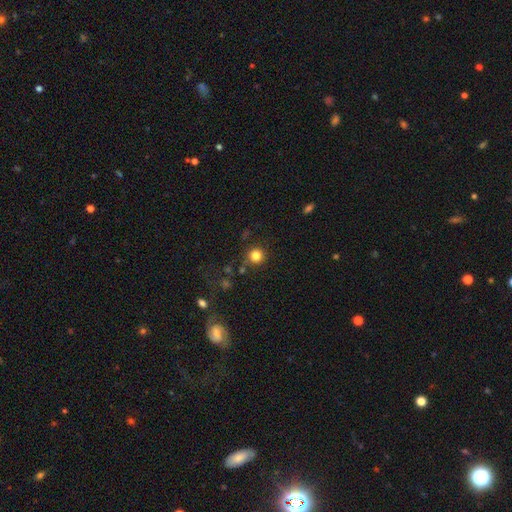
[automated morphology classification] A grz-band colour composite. It shows a smooth galaxy with no disk features (81%) that is round (94%). Merging: none (83%).